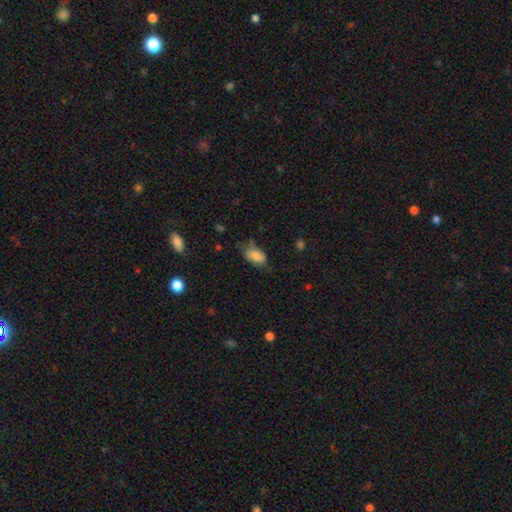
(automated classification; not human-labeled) A smooth galaxy with no disk features (82%) that is in between round and cigar-shaped (91%).

Vote fractions:
- Smooth or featured? smooth: 82% / featured or disk: 11% / star or artifact: 8%
- How rounded? in between: 91% / round: 7% / cigar-shaped: 2%
- Merging? none: 52% / minor disturbance: 33% / major disturbance: 12% / merger: 2%